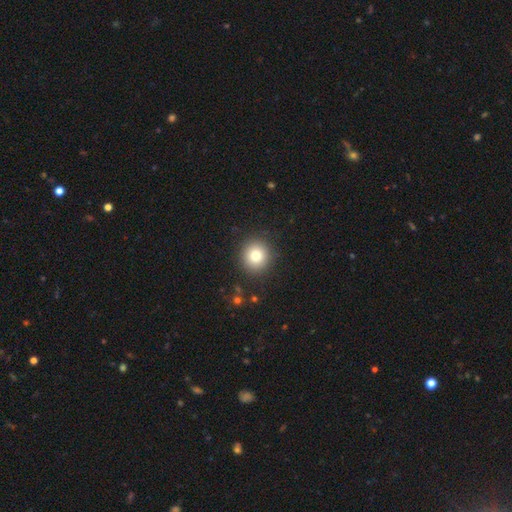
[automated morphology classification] Overall: smooth (80%). How rounded: round (91%). Merging: none (90%).